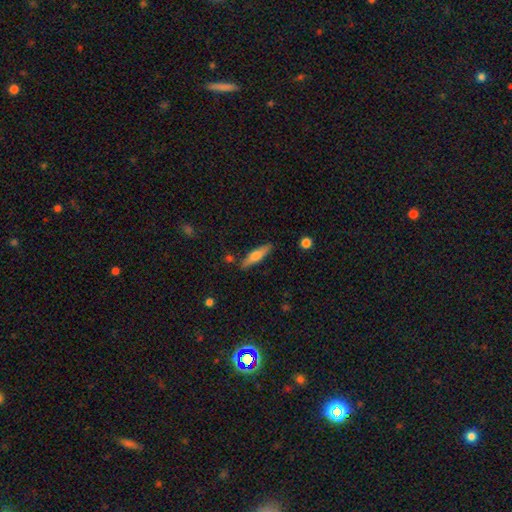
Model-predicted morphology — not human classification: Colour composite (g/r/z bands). It shows a smooth galaxy with no disk features (48%). Merging: none (85%).